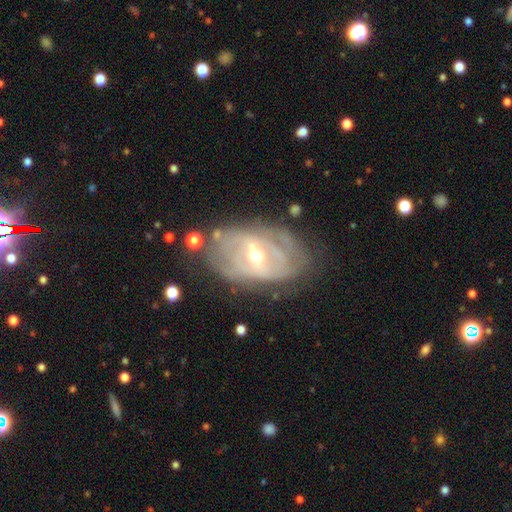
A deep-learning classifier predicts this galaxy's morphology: A featured or disk galaxy (82%) with a weak bar (47%), tight (65%) spiral arms (77%) and a moderate central bulge (56%). Merging: none (65%).